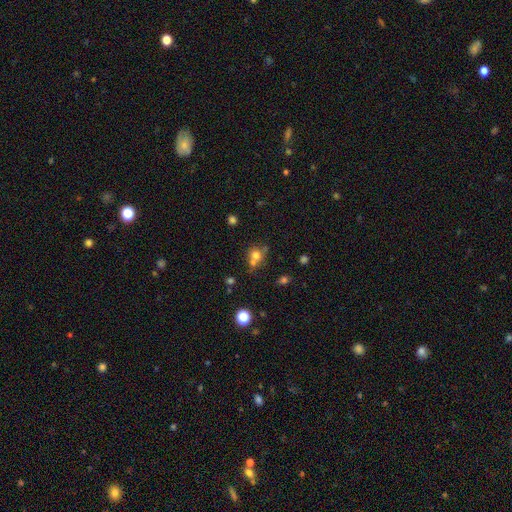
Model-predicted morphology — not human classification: Smooth or featured? Predicted: smooth (p=0.69). How rounded? Predicted: round (p=0.79). Merging? Predicted: none (p=0.44).